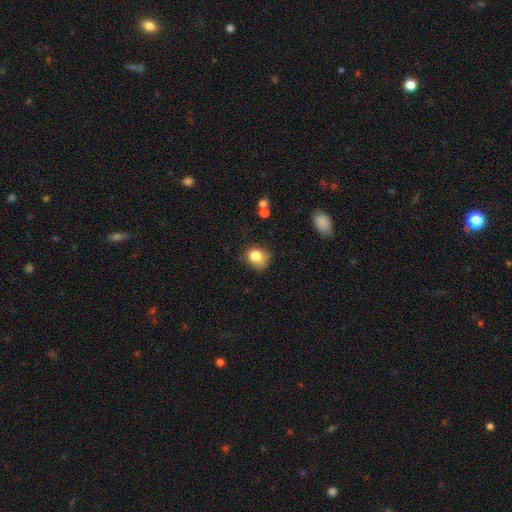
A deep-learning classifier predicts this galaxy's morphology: This appears to be a smooth galaxy with no disk features (82%) that is round (65%). Merging: none (59%).